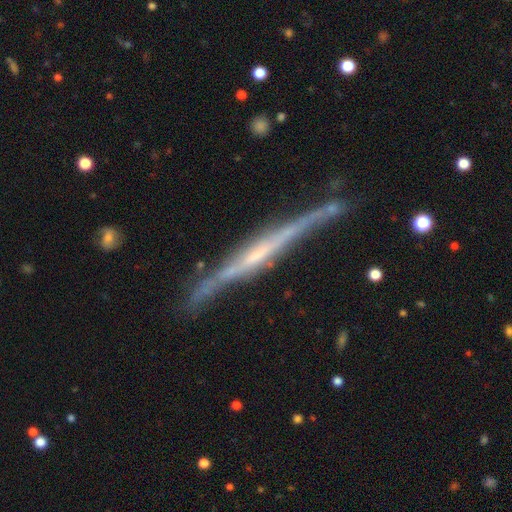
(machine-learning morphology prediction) Smooth or featured? featured or disk (65%)
Edge-on disk? yes (90%)
Edge-on bulge? none (53%)
Merging? none (73%)